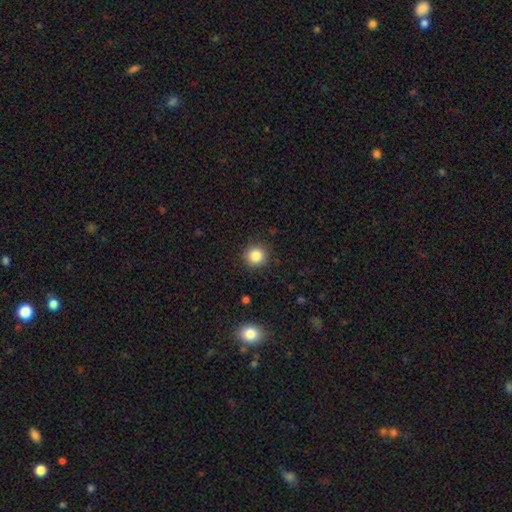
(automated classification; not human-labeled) Smooth or featured: smooth — 84% (star or artifact — 11%)
How rounded: round — 93% (in between — 6%)
Merging: none — 90% (minor disturbance — 7%)